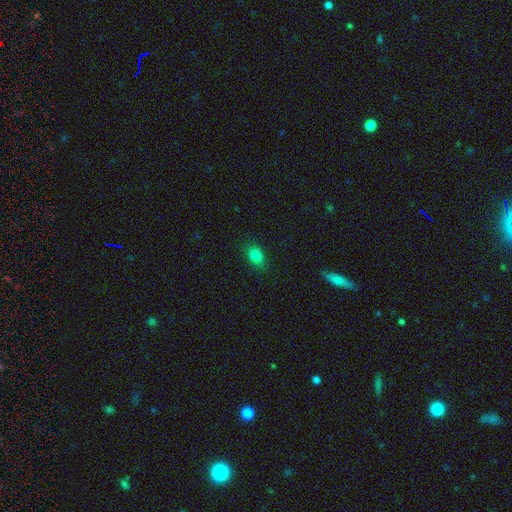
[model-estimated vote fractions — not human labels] Q: Smooth or featured?
A: smooth (83%); runner-up: star or artifact (12%)
Q: How rounded?
A: in between (79%); runner-up: round (20%)
Q: Merging?
A: none (87%); runner-up: minor disturbance (10%)